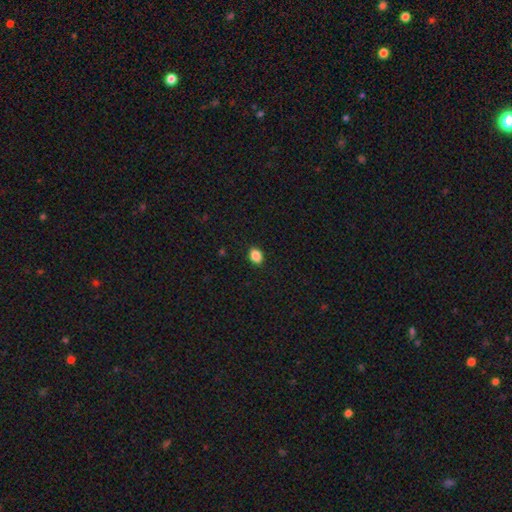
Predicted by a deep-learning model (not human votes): This is clearly a smooth galaxy (87%). How rounded: likely in between (63%). Merging: clearly none (89%).